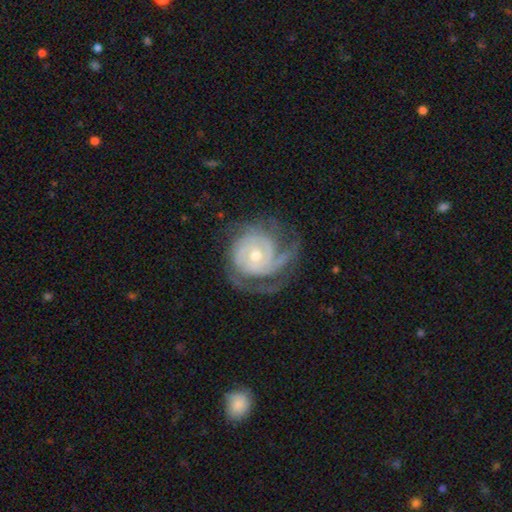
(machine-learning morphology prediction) type=featured or disk (88%); edge-on=no (98%); bar=no (74%); spiral arms=yes (96%); winding=tight (68%); arm count=3 (33%); bulge=moderate (53%); merging=none (64%).